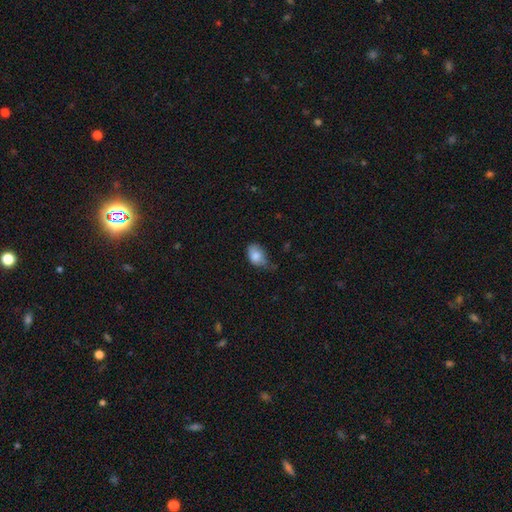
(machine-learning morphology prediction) Overall: smooth (81%). How rounded: in between (80%). Merging: minor disturbance (46%; none 35%).